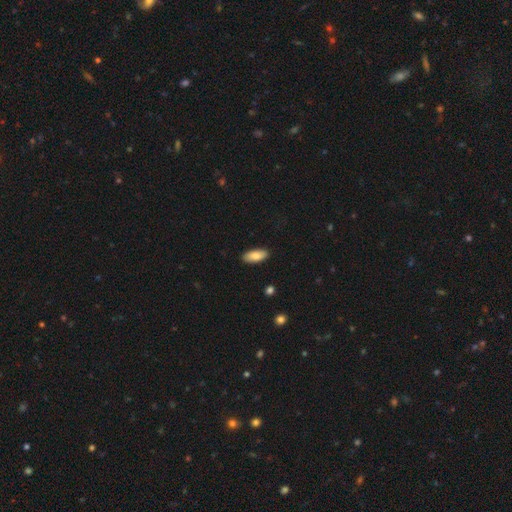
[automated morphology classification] This is clearly a smooth galaxy (84%). How rounded: clearly in between (81%). Merging: clearly none (89%).